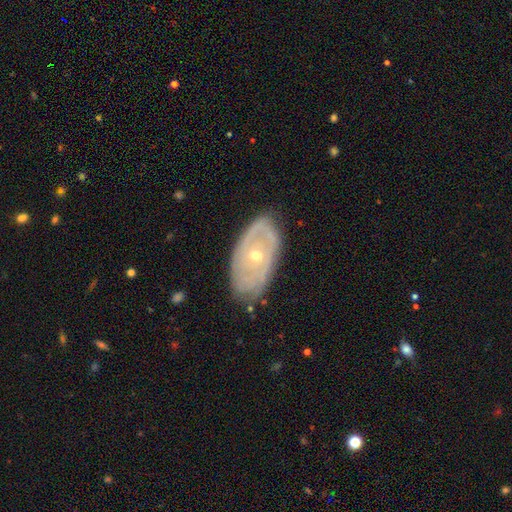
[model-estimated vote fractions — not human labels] Smooth or featured? Predicted: featured or disk (p=0.75). Edge-on disk? Predicted: no (p=0.91). Bar? Predicted: no (p=0.85). Spiral arms? Predicted: yes (p=0.68). Bulge size? Predicted: small (p=0.55). Merging? Predicted: none (p=0.76).